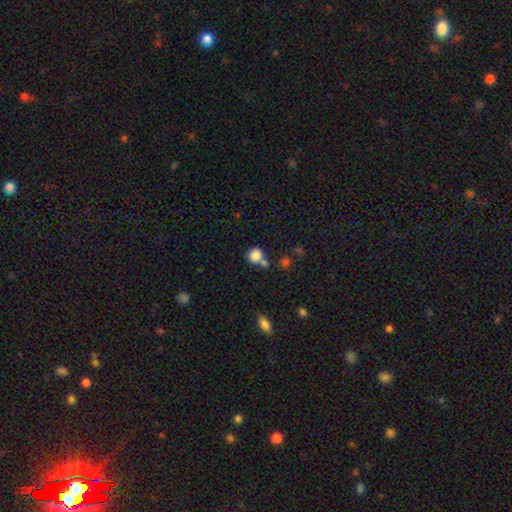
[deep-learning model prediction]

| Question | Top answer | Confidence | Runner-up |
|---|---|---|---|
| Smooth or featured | smooth | 83% | star or artifact (11%) |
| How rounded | round | 76% | in between (23%) |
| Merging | none | 51% | merger (30%) |